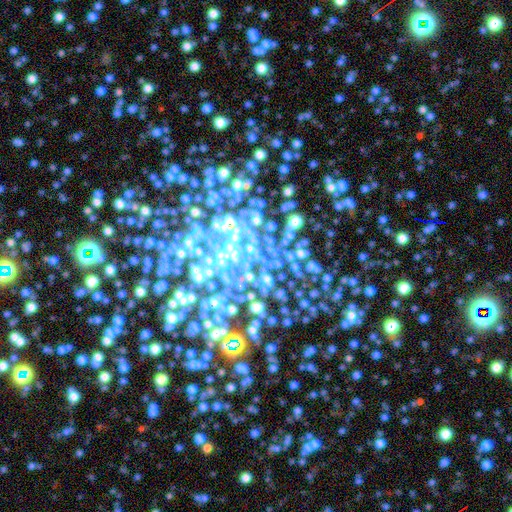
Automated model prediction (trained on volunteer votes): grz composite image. It shows a featured or disk galaxy (47%). Merging: none (55%).